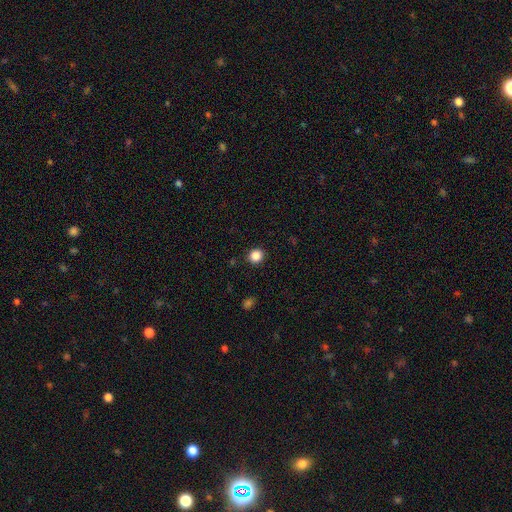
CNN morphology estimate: type=smooth (86%); roundness=round (87%); merging=none (91%).